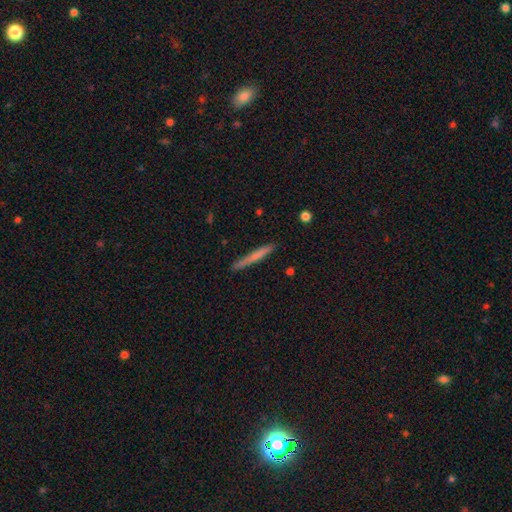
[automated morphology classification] smooth 64%, featured or disk 30%, star or artifact 6%. Down the decision tree: how rounded — cigar-shaped (97%); merging — none (88%).